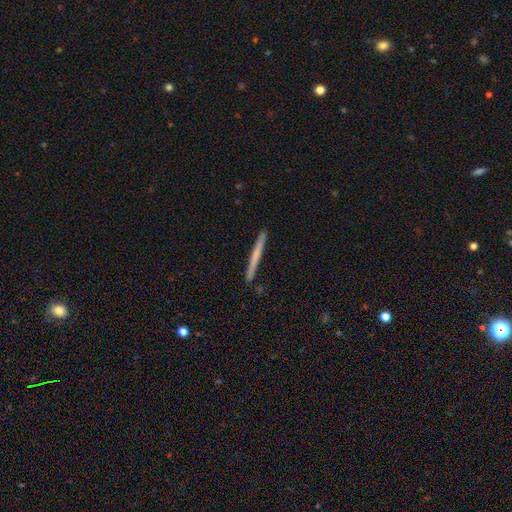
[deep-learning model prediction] Smooth or featured? Predicted: smooth (p=0.54). How rounded? Predicted: cigar-shaped (p=0.97). Merging? Predicted: none (p=0.91).